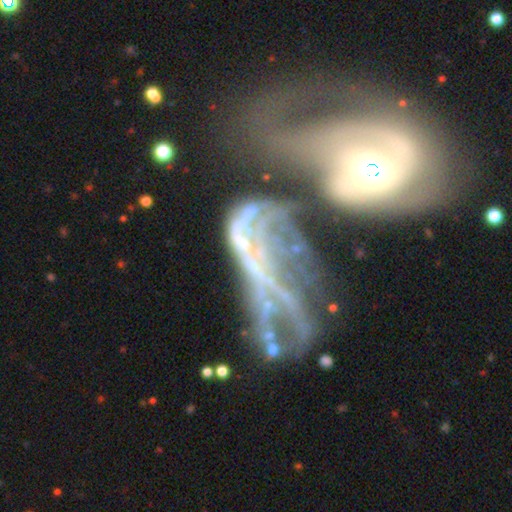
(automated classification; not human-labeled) A featured or disk galaxy (70%) with no bar (69%), spiral arms (51%) and no central bulge (36%).

Vote fractions:
- Smooth or featured? featured or disk: 70% / smooth: 16% / star or artifact: 13%
- Edge-on disk? no: 91% / yes: 9%
- Bar? no: 69% / weak: 18% / strong: 13%
- Spiral arms? yes: 51% / no: 49%
- Bulge size? none: 36% / moderate: 28% / small: 27% / large: 5% / dominant: 3%
- Merging? merger: 53% / major disturbance: 28% / none: 11% / minor disturbance: 8%